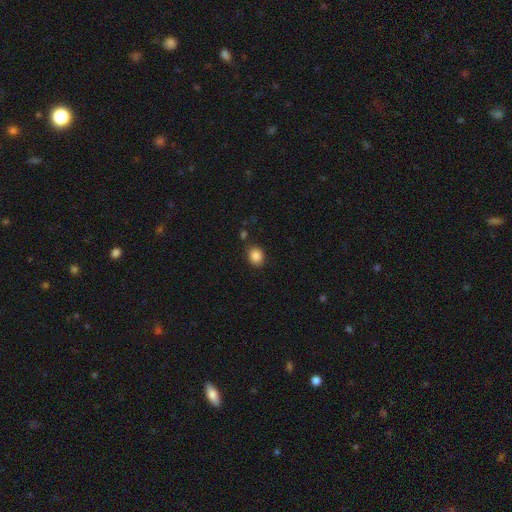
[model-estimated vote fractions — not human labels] This is clearly a smooth galaxy (87%). How rounded: likely round (61%). Merging: clearly none (83%).